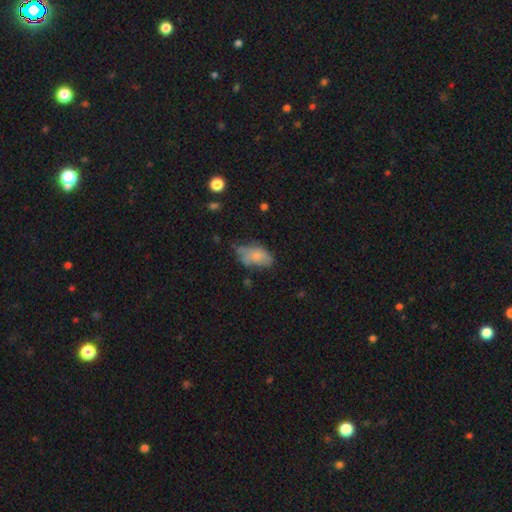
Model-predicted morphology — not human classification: Smooth or featured: smooth — 64% (featured or disk — 27%)
How rounded: in between — 91% (round — 7%)
Merging: none — 42% (minor disturbance — 38%)